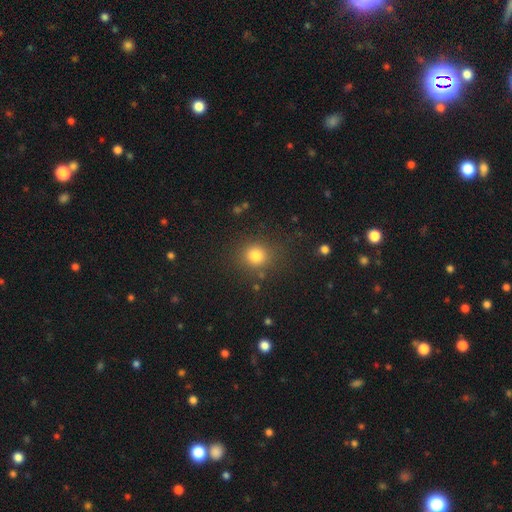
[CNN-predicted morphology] This is likely a smooth galaxy (80%). How rounded: clearly round (86%). Merging: clearly none (83%).